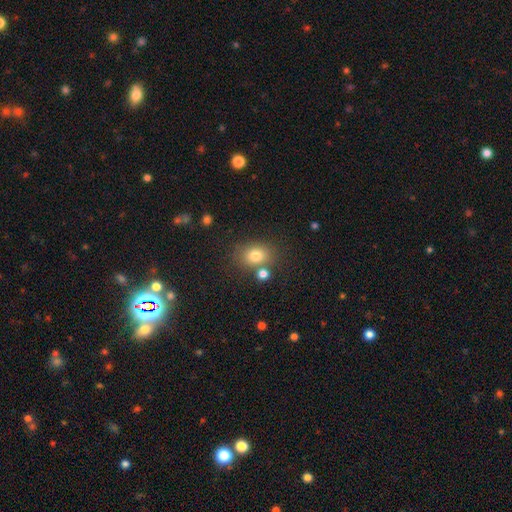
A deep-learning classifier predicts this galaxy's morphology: Overall: smooth (78%). How rounded: in between (58%; round 41%). Merging: none (67%).